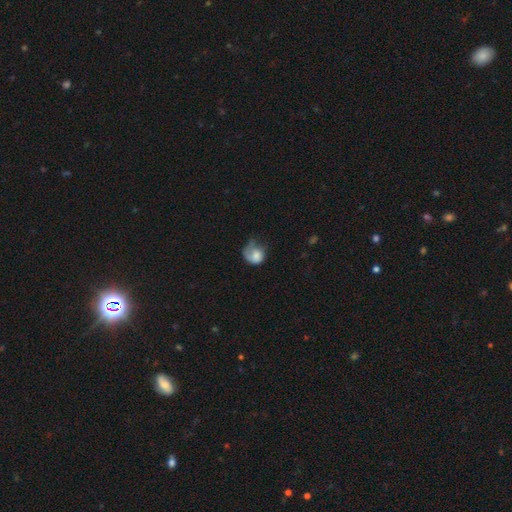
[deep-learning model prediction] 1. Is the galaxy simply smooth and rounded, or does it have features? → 60% smooth, 32% featured or disk, 8% star or artifact.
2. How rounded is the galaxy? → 64% round, 35% in between, 1% cigar-shaped.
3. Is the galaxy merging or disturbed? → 45% major disturbance, 26% minor disturbance, 26% none, 3% merger.